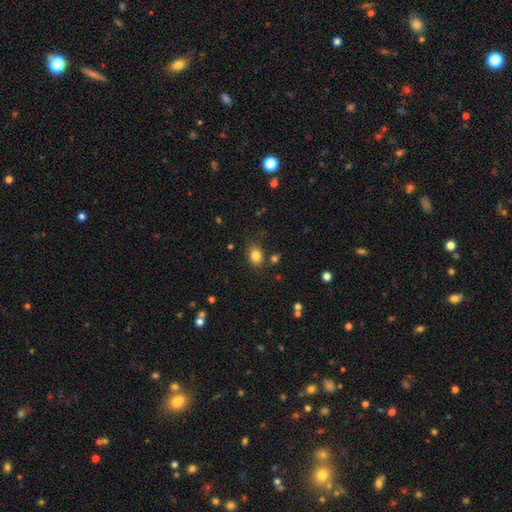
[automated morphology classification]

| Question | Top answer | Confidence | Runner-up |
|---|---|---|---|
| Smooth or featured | smooth | 83% | star or artifact (10%) |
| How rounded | in between | 70% | round (29%) |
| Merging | none | 79% | minor disturbance (13%) |